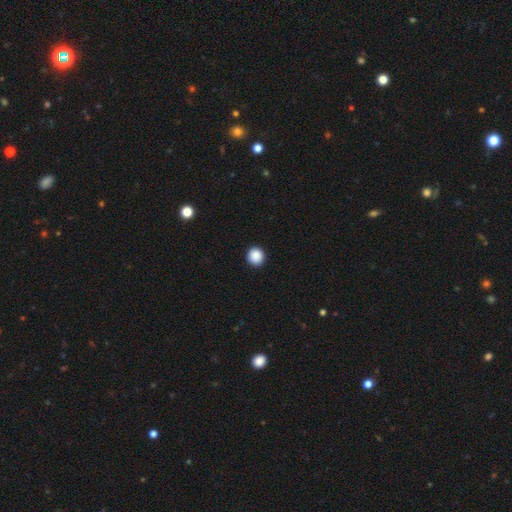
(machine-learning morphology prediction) The model was most divided on "smooth or featured": smooth: 89%, star or artifact: 9%, featured or disk: 2%. More confident: how rounded — round (94%); merging — none (93%).